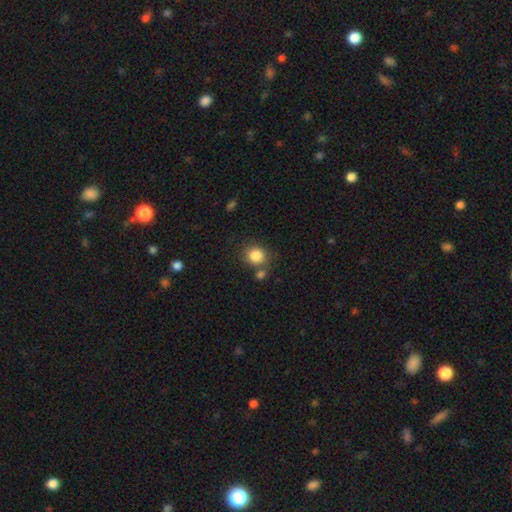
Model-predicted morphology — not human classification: A smooth galaxy with no disk features (85%) that is round (82%).

Vote fractions:
- Smooth or featured? smooth: 85% / star or artifact: 10% / featured or disk: 6%
- How rounded? round: 82% / in between: 17% / cigar-shaped: 1%
- Merging? none: 70% / merger: 16% / minor disturbance: 11% / major disturbance: 4%